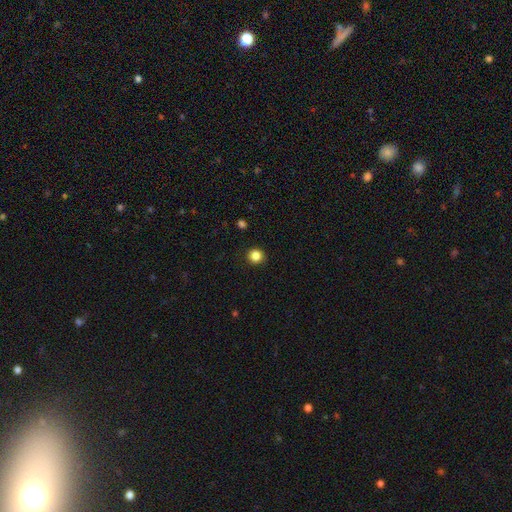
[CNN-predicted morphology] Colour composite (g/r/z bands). It shows a smooth galaxy with no disk features (85%) that is round (93%). Merging: none (91%).